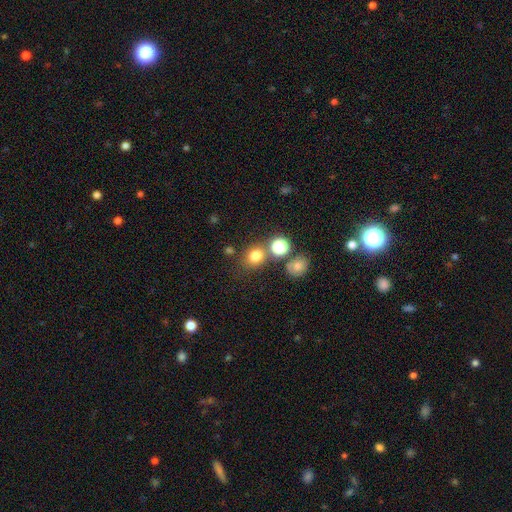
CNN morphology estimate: smooth_or_featured: smooth (p=0.76) [alt: star or artifact p=0.17]
how_rounded: round (p=0.71) [alt: in between p=0.28]
merging: none (p=0.68) [alt: merger p=0.15]